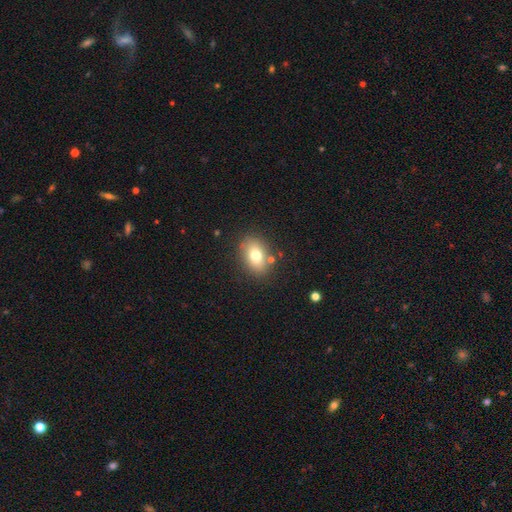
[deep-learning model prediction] smooth-or-featured: smooth: 75% | featured or disk: 15% | star or artifact: 11%
  how-rounded: in between: 75% | round: 24% | cigar-shaped: 1%
  merging: none: 81% | minor disturbance: 11% | merger: 4% | major disturbance: 4%